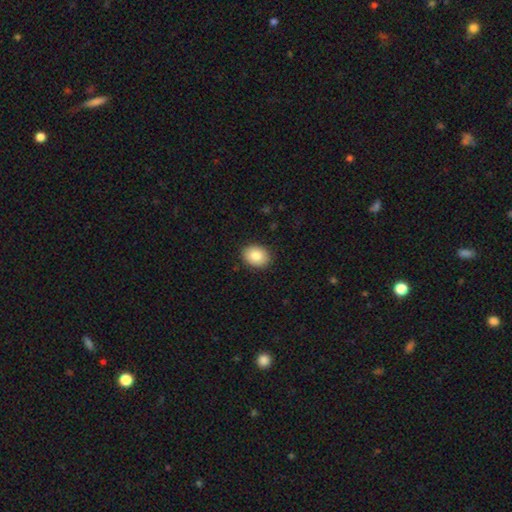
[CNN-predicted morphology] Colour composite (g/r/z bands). It shows a smooth galaxy with no disk features (85%) that is in between round and cigar-shaped (62%). Merging: none (90%).